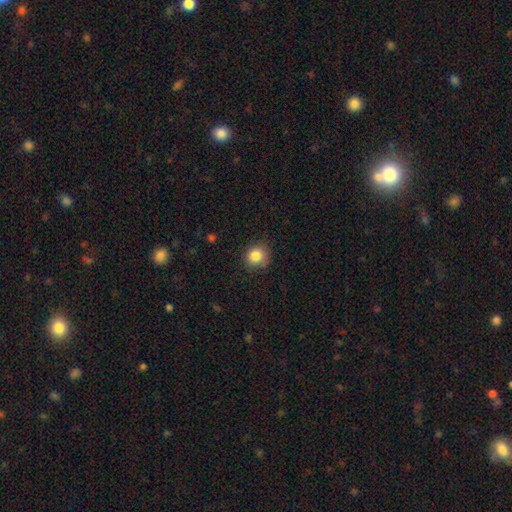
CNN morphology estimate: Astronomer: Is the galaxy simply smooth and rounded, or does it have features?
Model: smooth — 85%.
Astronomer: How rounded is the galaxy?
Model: round — 84%.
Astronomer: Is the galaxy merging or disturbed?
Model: none — 78%.